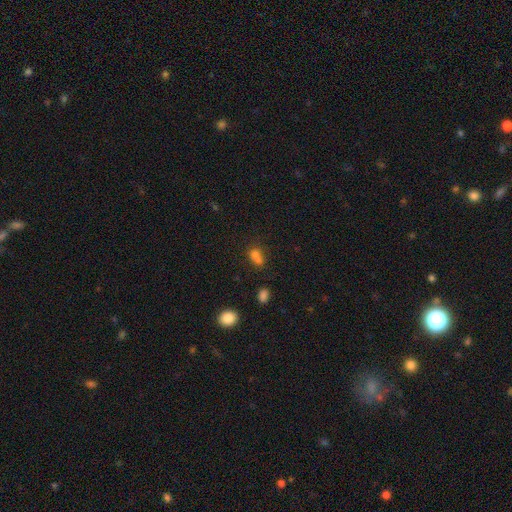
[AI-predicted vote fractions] This appears to be a smooth galaxy with no disk features (73%) that is in between round and cigar-shaped (56%). Merging: merger (50%).